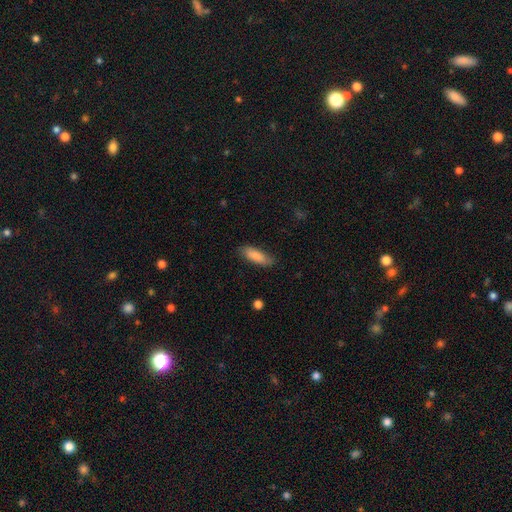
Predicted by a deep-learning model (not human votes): This appears to be a smooth galaxy with no disk features (84%) that is in between round and cigar-shaped (56%). Merging: none (80%).